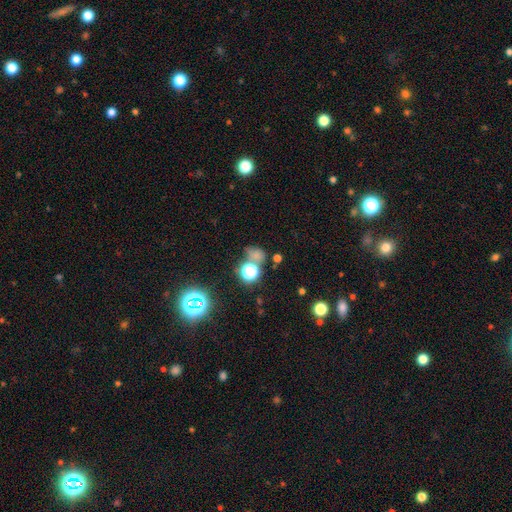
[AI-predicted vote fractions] Smooth or featured: smooth — 52% (star or artifact — 38%)
How rounded: round — 66% (in between — 32%)
Merging: none — 52% (merger — 23%)